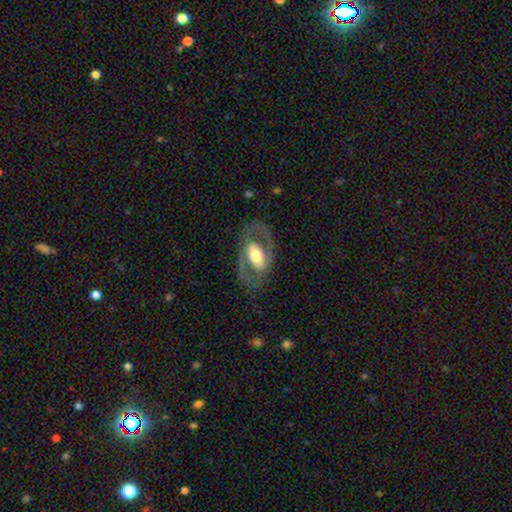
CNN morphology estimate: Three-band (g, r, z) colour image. It shows a featured or disk galaxy (72%) with no bar (44%), spiral arms (59%) and a moderate central bulge (56%). Merging: none (75%).